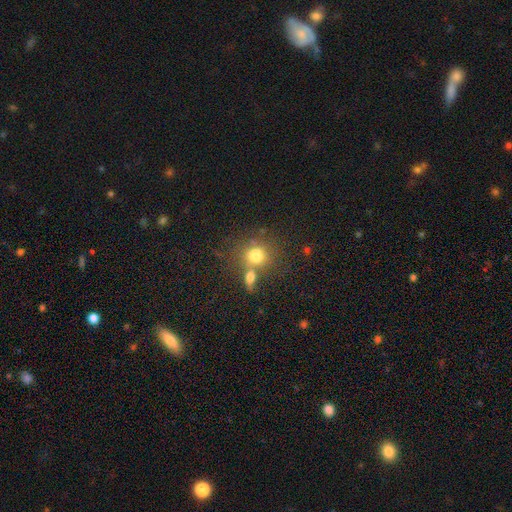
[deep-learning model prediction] This appears to be a smooth galaxy with no disk features (74%) that is round (75%). Merging: none (48%).